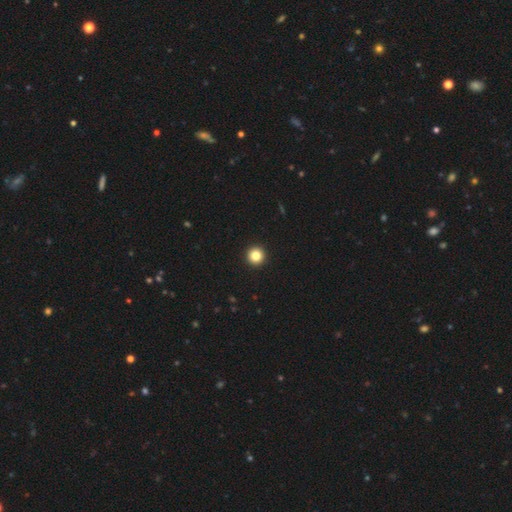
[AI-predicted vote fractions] Q: Smooth or featured?
A: smooth (84%); runner-up: star or artifact (11%)
Q: How rounded?
A: round (96%); runner-up: in between (3%)
Q: Merging?
A: none (95%); runner-up: minor disturbance (3%)